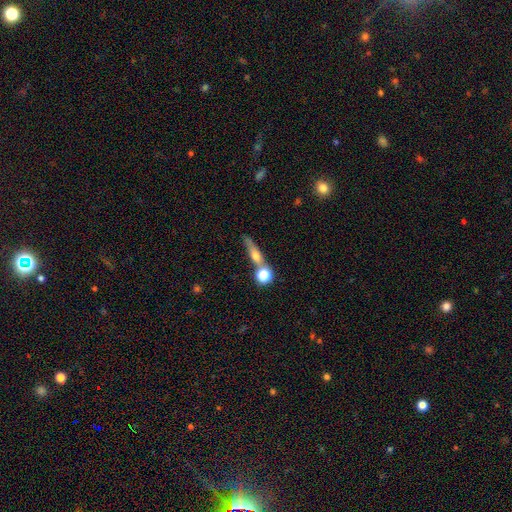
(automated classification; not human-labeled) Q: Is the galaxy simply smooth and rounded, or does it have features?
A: smooth — 47%.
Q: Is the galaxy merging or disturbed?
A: none — 55%.